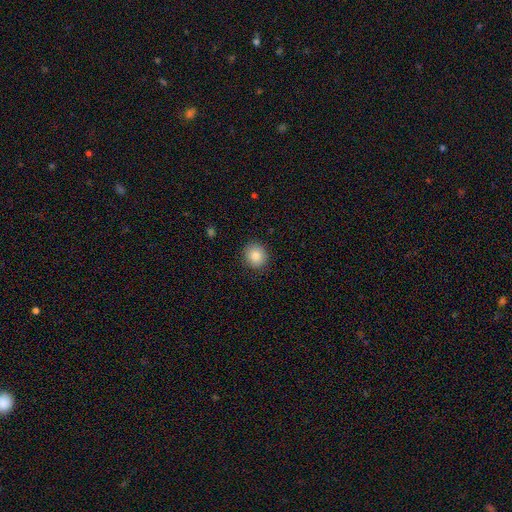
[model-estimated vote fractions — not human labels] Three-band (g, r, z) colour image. It shows a smooth galaxy with no disk features (85%) that is round (84%). Merging: none (89%).